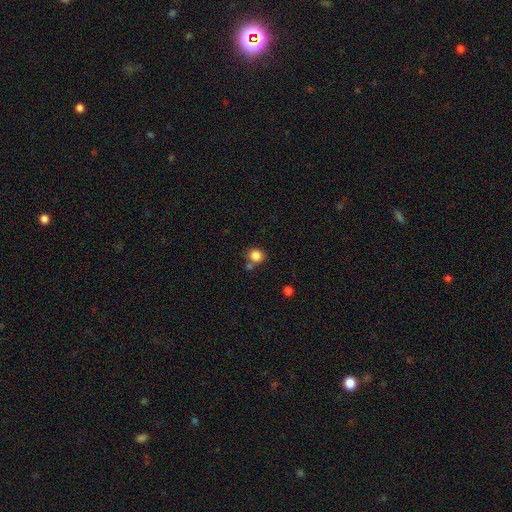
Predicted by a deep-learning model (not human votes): Smooth or featured? Predicted: smooth (p=0.84). How rounded? Predicted: round (p=0.86). Merging? Predicted: none (p=0.66).